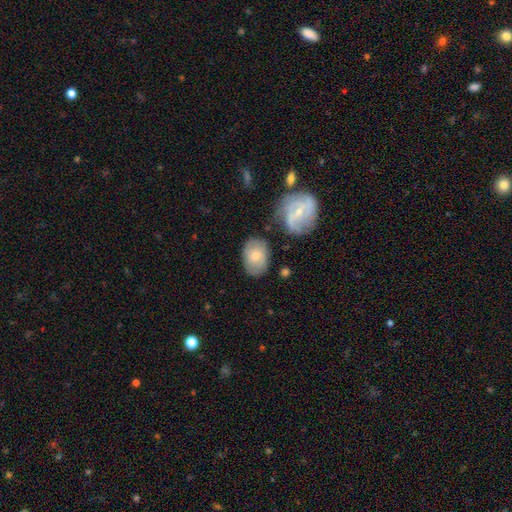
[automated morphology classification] The model was most divided on "smooth or featured": smooth: 63%, featured or disk: 31%, star or artifact: 7%. More confident: how rounded — in between (76%); merging — none (68%).